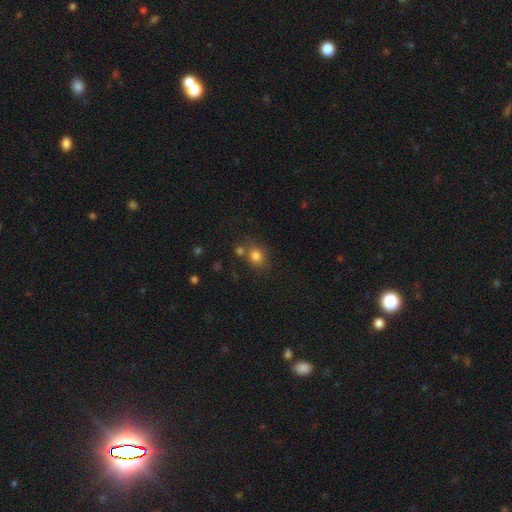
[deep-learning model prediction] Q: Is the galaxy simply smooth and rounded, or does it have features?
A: smooth — 81%.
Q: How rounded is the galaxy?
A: round — 59%.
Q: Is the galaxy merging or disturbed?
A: none — 63%.